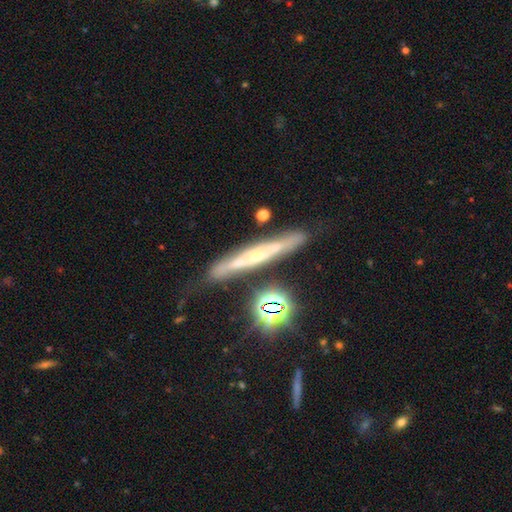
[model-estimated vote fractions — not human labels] Smooth or featured?
  - featured or disk: 67% *
  - smooth: 19%
  - star or artifact: 13%
Edge-on disk?
  - yes: 81% *
  - no: 19%
Edge-on bulge?
  - rounded: 55% *
  - none: 39%
  - boxy: 6%
Merging?
  - none: 70% *
  - minor disturbance: 19%
  - major disturbance: 5%
  - merger: 5%